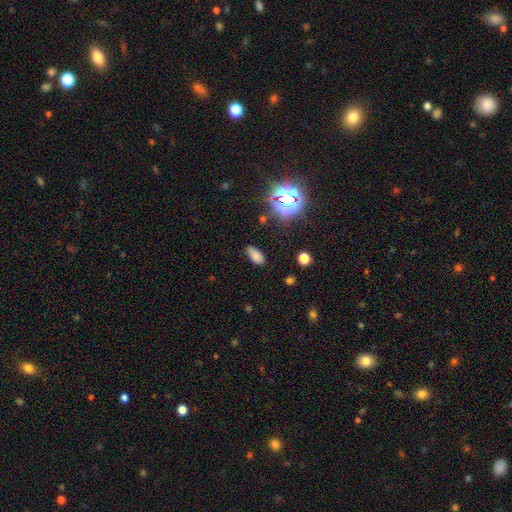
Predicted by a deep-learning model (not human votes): Q: Smooth or featured?
A: smooth (75%); runner-up: star or artifact (17%)
Q: How rounded?
A: in between (90%); runner-up: cigar-shaped (6%)
Q: Merging?
A: none (80%); runner-up: minor disturbance (15%)